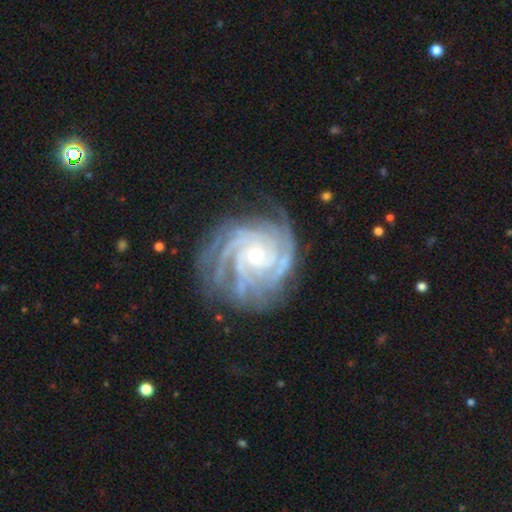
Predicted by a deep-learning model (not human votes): A featured or disk galaxy (92%) with no bar (73%), 4 (28%) tight (78%) spiral arms (99%) and a small central bulge (58%). Merging: none (75%).